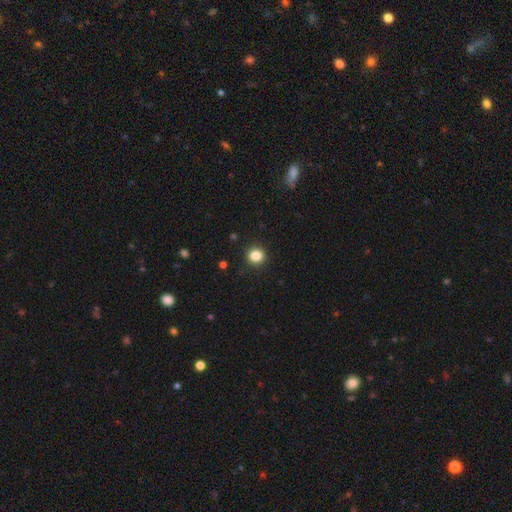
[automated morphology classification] smooth_or_featured: smooth (p=0.85) [alt: star or artifact p=0.11]
how_rounded: round (p=0.90) [alt: in between p=0.09]
merging: none (p=0.92) [alt: minor disturbance p=0.05]